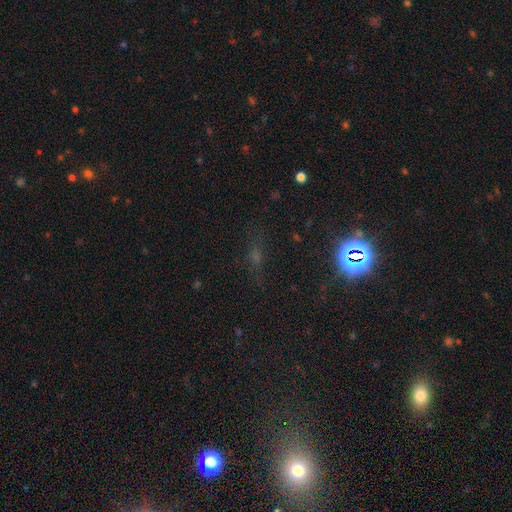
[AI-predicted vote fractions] Smooth or featured? Predicted: star or artifact (p=0.61).